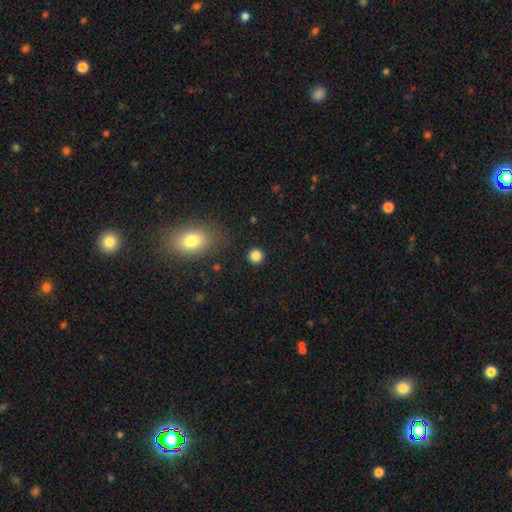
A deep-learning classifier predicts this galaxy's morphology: smooth-or-featured: smooth: 85% | star or artifact: 11% | featured or disk: 4%
  how-rounded: round: 92% | in between: 7% | cigar-shaped: 1%
  merging: none: 90% | minor disturbance: 6% | major disturbance: 2% | merger: 2%